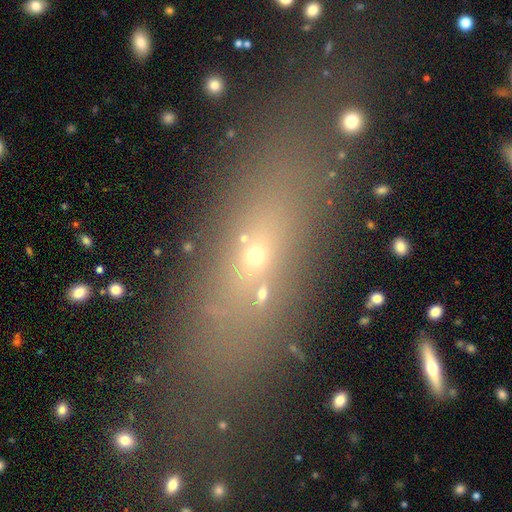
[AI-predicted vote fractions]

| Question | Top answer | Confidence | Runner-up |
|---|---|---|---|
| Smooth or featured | smooth | 49% | star or artifact (28%) |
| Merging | none | 71% | minor disturbance (13%) |